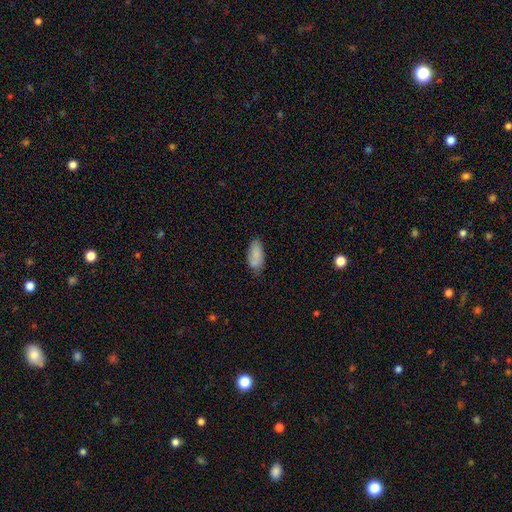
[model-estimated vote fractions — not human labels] The model was most divided on "merging": none: 68%, minor disturbance: 23%, major disturbance: 5%, merger: 4%. More confident: how rounded — in between (86%); smooth or featured — smooth (82%).